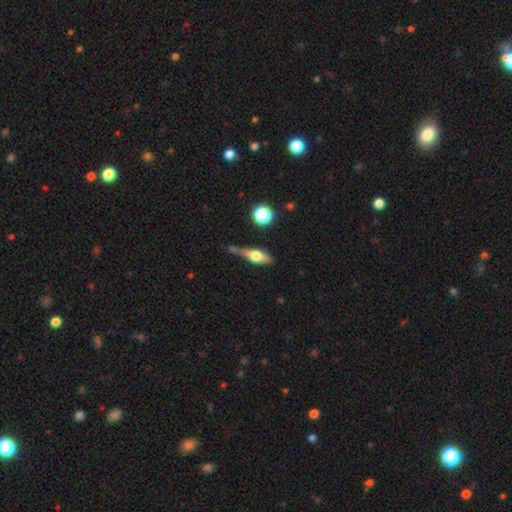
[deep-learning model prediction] featured or disk 52%, smooth 38%, star or artifact 10%. Down the decision tree: edge-on disk — yes (88%); merging — none (54%).